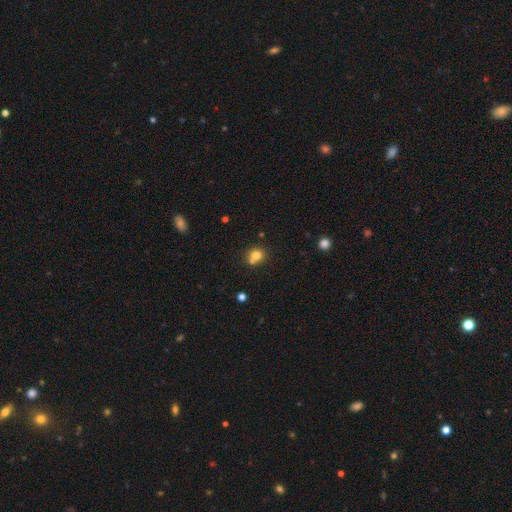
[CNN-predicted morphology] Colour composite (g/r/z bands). It shows a smooth galaxy with no disk features (77%) that is round (82%). Merging: none (55%).